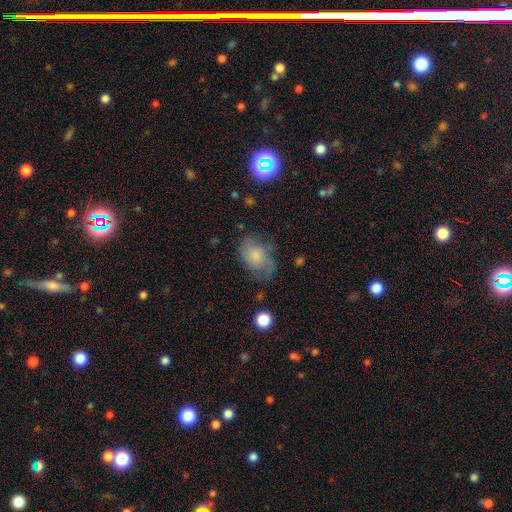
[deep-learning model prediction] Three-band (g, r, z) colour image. It shows a featured or disk galaxy (46%). Merging: none (57%).